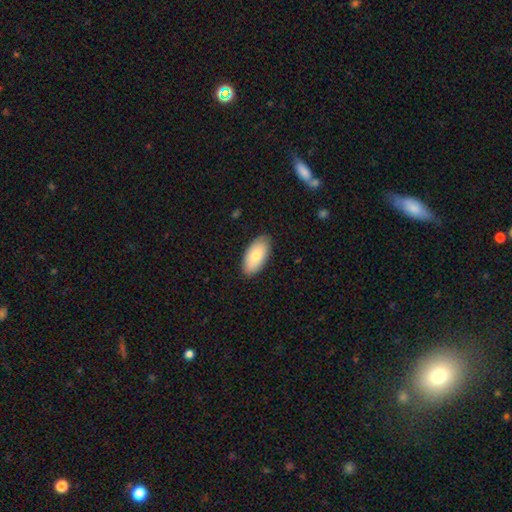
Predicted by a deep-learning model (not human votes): Overall: smooth (78%). How rounded: in between (95%). Merging: none (85%).